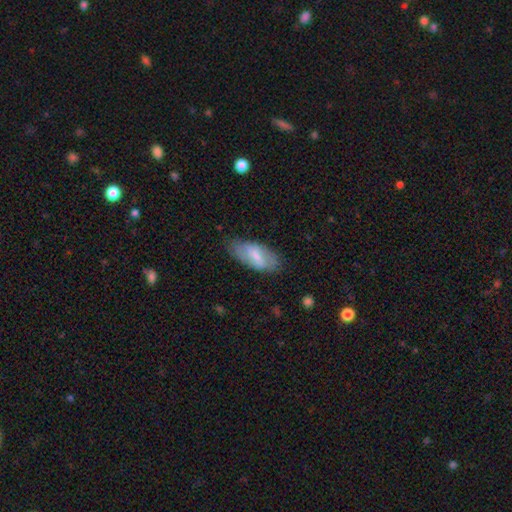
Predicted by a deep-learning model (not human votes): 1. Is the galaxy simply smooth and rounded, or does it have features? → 53% smooth, 41% featured or disk, 6% star or artifact.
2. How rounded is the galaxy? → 89% in between, 8% cigar-shaped, 3% round.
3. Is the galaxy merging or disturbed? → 74% none, 20% minor disturbance, 5% major disturbance, 1% merger.